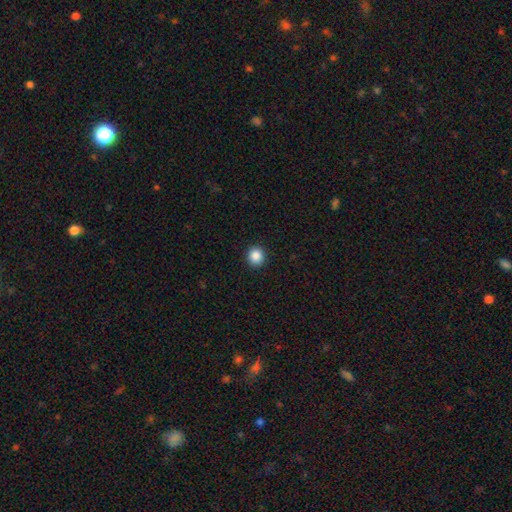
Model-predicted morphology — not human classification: The model was most divided on "smooth or featured": smooth: 87%, star or artifact: 10%, featured or disk: 3%. More confident: merging — none (92%); how rounded — round (89%).